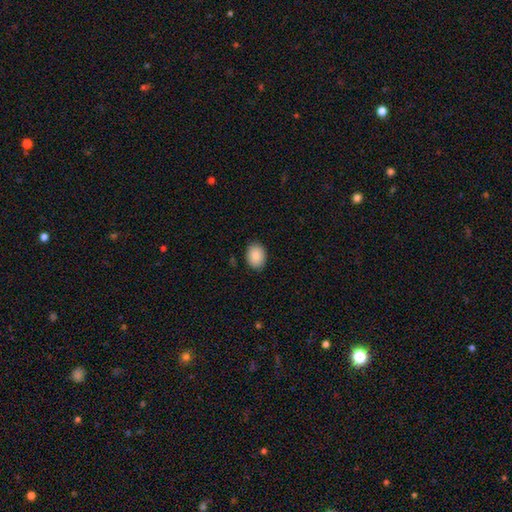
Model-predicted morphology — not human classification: The model was most divided on "how rounded": in between: 71%, round: 28%, cigar-shaped: 1%. More confident: smooth or featured — smooth (88%); merging — none (86%).